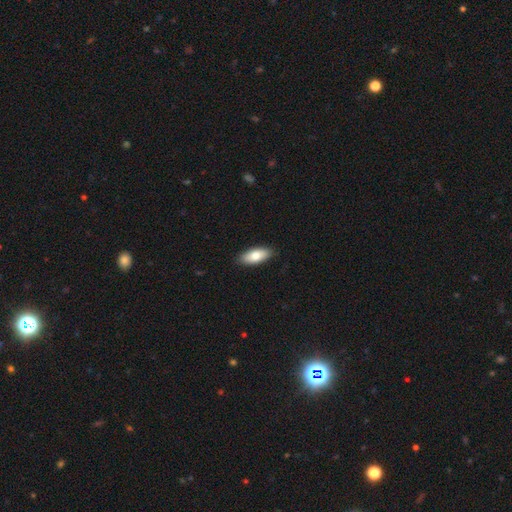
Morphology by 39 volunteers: Smooth or featured? 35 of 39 (90%) said smooth. How rounded? 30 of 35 (86%) said in between. Merging? 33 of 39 (85%) said none.